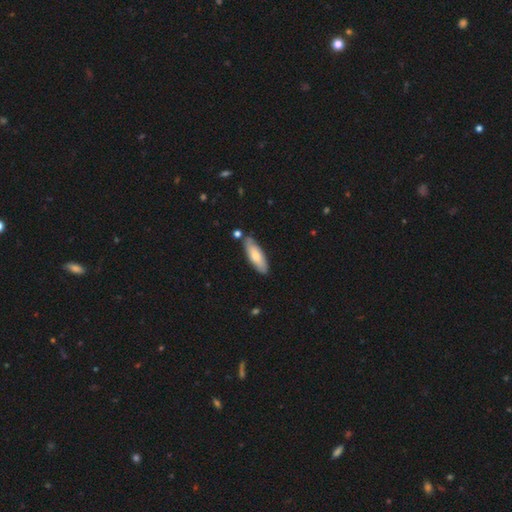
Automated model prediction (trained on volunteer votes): Smooth or featured: smooth — 69% (featured or disk — 25%)
How rounded: in between — 51% (cigar-shaped — 47%)
Merging: none — 81% (minor disturbance — 12%)